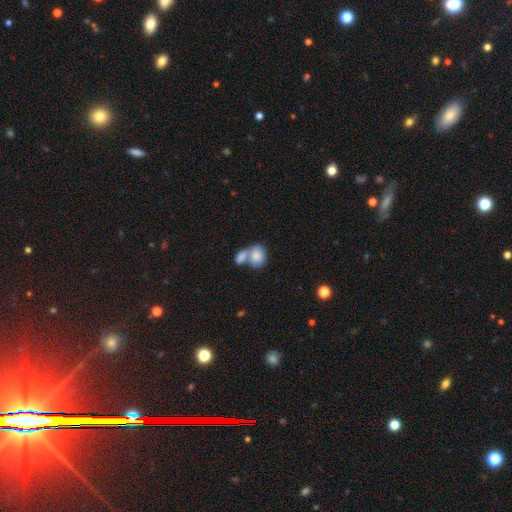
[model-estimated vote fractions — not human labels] Overall: smooth (82%). How rounded: in between (57%; round 42%). Merging: merger (65%).